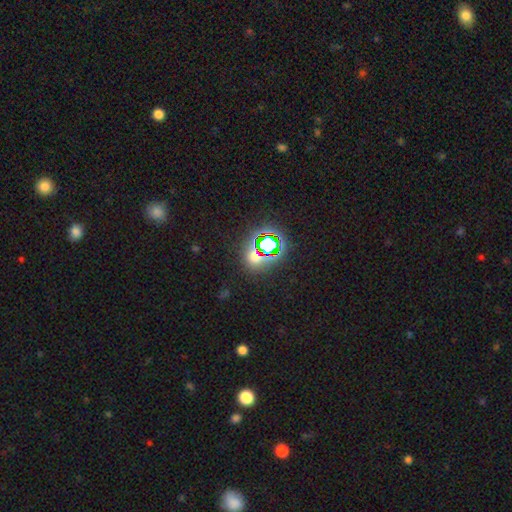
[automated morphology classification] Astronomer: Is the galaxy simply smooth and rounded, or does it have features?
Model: star or artifact — 59%.